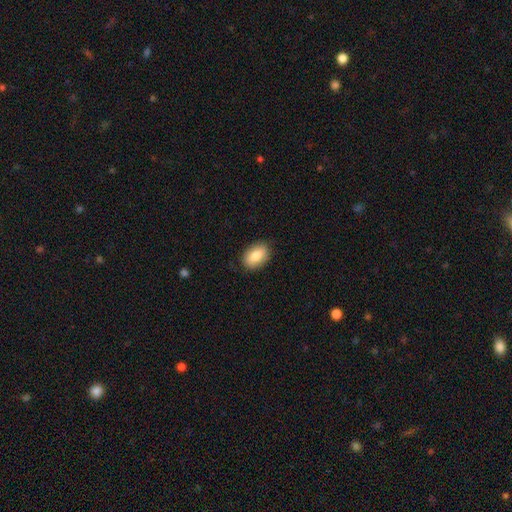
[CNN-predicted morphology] Smooth or featured?
  - smooth: 84% *
  - featured or disk: 10%
  - star or artifact: 7%
How rounded?
  - in between: 90% *
  - round: 9%
  - cigar-shaped: 2%
Merging?
  - none: 86% *
  - minor disturbance: 11%
  - major disturbance: 2%
  - merger: 1%